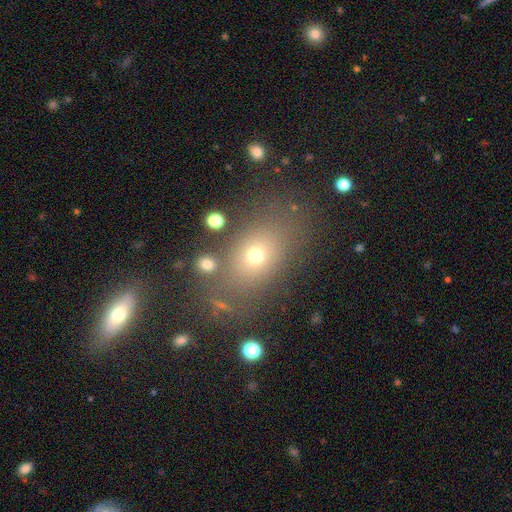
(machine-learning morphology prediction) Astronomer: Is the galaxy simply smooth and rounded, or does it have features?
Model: smooth — 65%.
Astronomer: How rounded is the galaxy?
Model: in between — 69%.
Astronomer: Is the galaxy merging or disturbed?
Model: none — 76%.